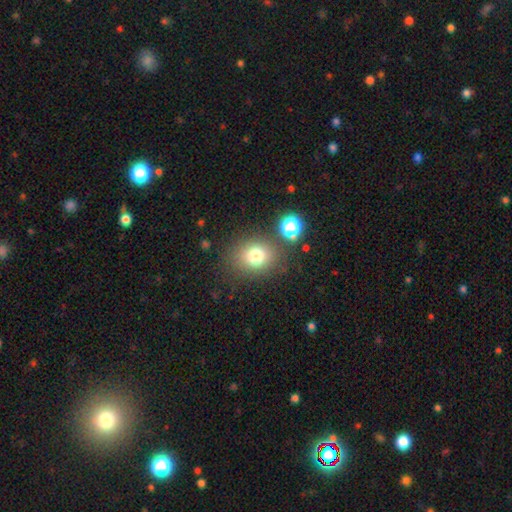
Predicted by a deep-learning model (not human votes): Smooth or featured? smooth (76%)
How rounded? round (63%)
Merging? none (78%)